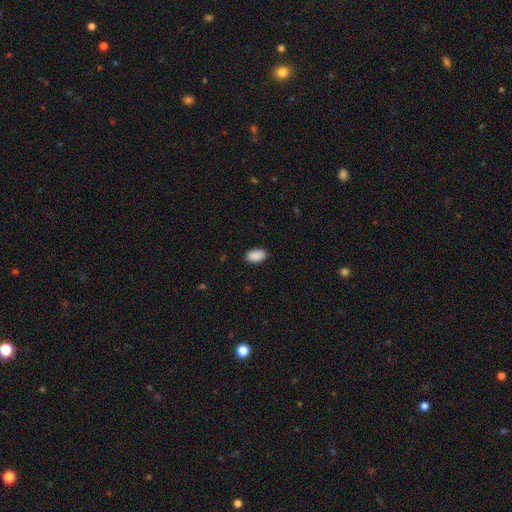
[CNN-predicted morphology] This appears to be a smooth galaxy with no disk features (91%) that is in between round and cigar-shaped (93%). Merging: none (88%).